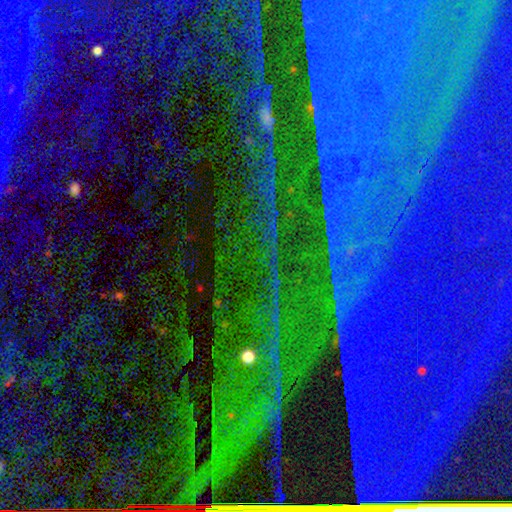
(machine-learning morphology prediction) The model was most divided on "smooth or featured": star or artifact: 83%, featured or disk: 10%, smooth: 6%.